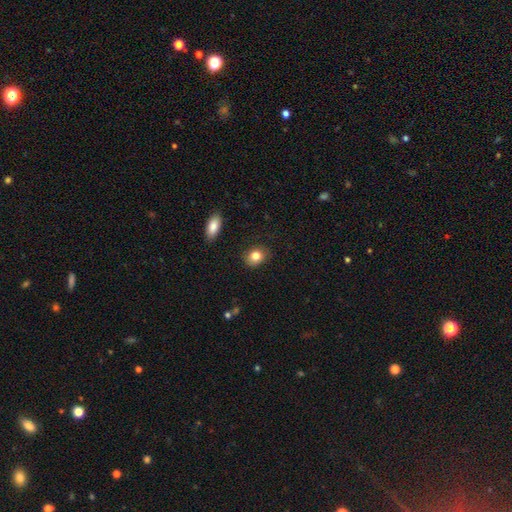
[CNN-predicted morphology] Q: Smooth or featured?
A: smooth (82%); runner-up: featured or disk (10%)
Q: How rounded?
A: in between (52%); runner-up: round (46%)
Q: Merging?
A: none (85%); runner-up: minor disturbance (11%)